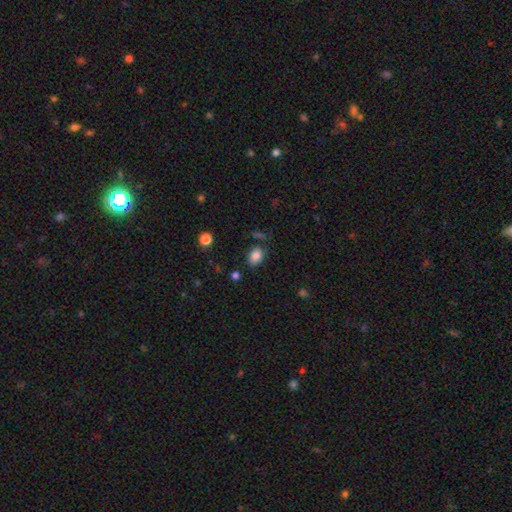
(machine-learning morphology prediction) A smooth galaxy with no disk features (84%) that is in between round and cigar-shaped (76%). Merging: none (76%).